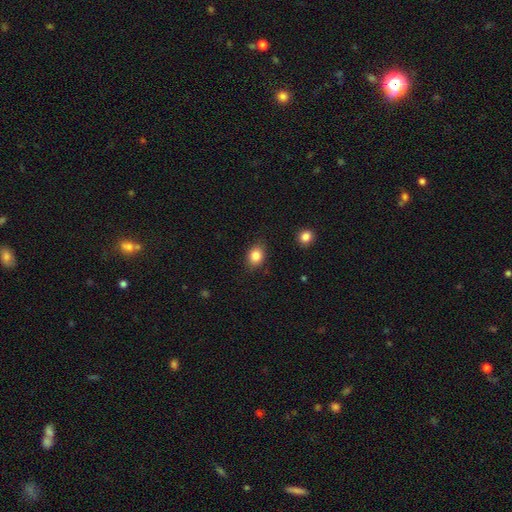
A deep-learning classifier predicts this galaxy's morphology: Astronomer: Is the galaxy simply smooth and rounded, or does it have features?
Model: smooth — 84%.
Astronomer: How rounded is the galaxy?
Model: in between — 53% (runner-up: round, 46%).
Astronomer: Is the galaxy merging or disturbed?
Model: none — 82%.